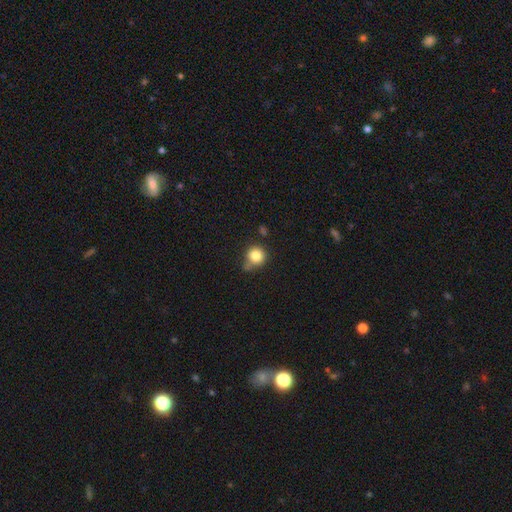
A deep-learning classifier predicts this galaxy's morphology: Overall: smooth (83%). How rounded: round (91%). Merging: none (62%).